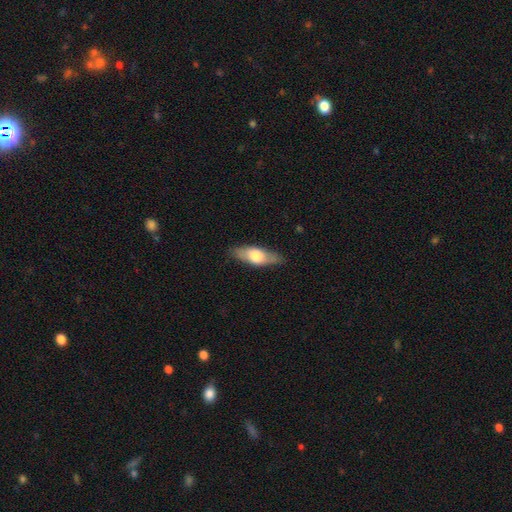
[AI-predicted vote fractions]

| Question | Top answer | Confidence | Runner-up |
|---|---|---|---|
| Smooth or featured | smooth | 60% | featured or disk (34%) |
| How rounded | in between | 68% | cigar-shaped (29%) |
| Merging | none | 81% | minor disturbance (15%) |